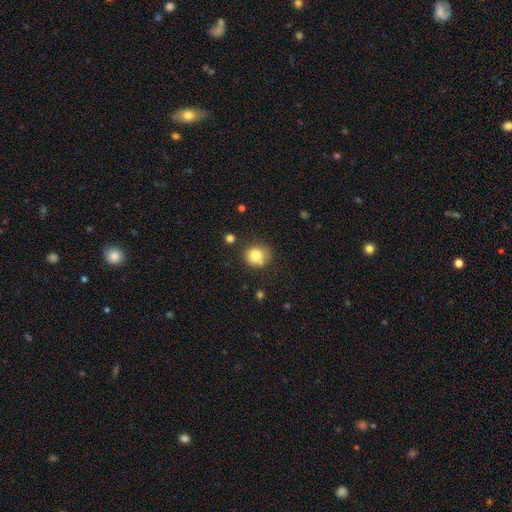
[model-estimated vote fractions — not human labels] smooth_or_featured: smooth (p=0.79) [alt: star or artifact p=0.11]
how_rounded: round (p=0.84) [alt: in between p=0.15]
merging: none (p=0.68) [alt: minor disturbance p=0.17]